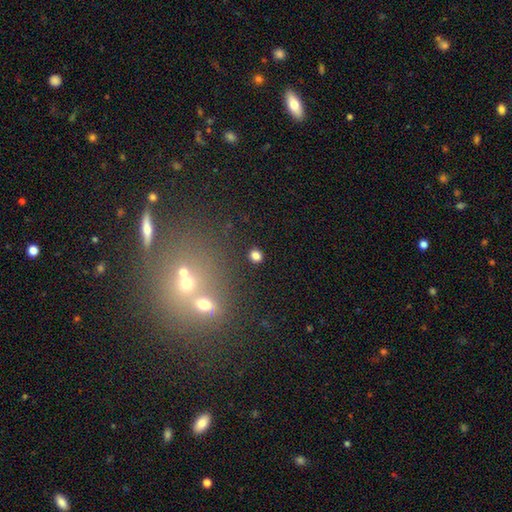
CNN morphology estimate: Smooth or featured? Predicted: smooth (p=0.80). How rounded? Predicted: round (p=0.80). Merging? Predicted: none (p=0.88).